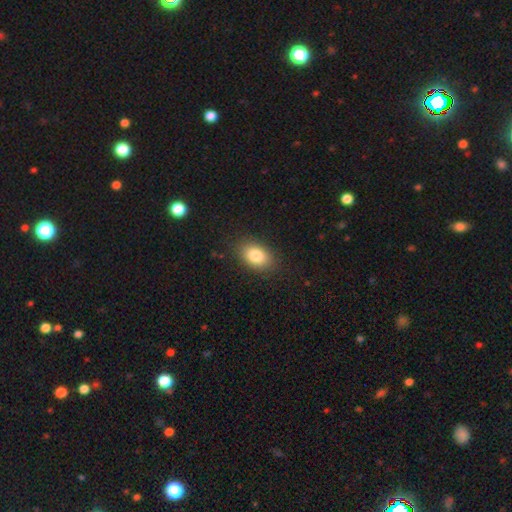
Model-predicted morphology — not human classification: A smooth galaxy with no disk features (82%) that is in between round and cigar-shaped (84%).

Vote fractions:
- Smooth or featured? smooth: 82% / featured or disk: 9% / star or artifact: 9%
- How rounded? in between: 84% / round: 15% / cigar-shaped: 1%
- Merging? none: 85% / minor disturbance: 11% / major disturbance: 3% / merger: 1%